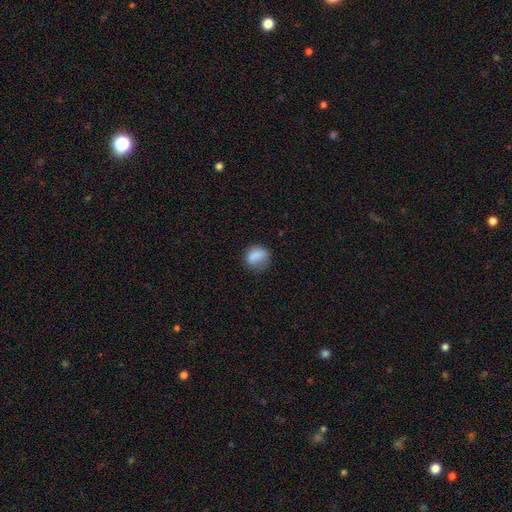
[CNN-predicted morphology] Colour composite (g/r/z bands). It shows a smooth galaxy with no disk features (83%) that is round (58%). Merging: none (60%).